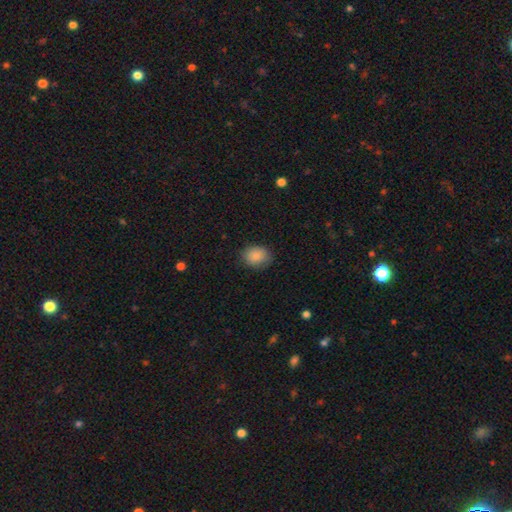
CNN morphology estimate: Smooth or featured?
  - smooth: 88% *
  - star or artifact: 8%
  - featured or disk: 4%
How rounded?
  - in between: 54% *
  - round: 45%
  - cigar-shaped: 1%
Merging?
  - none: 83% *
  - minor disturbance: 13%
  - major disturbance: 3%
  - merger: 1%